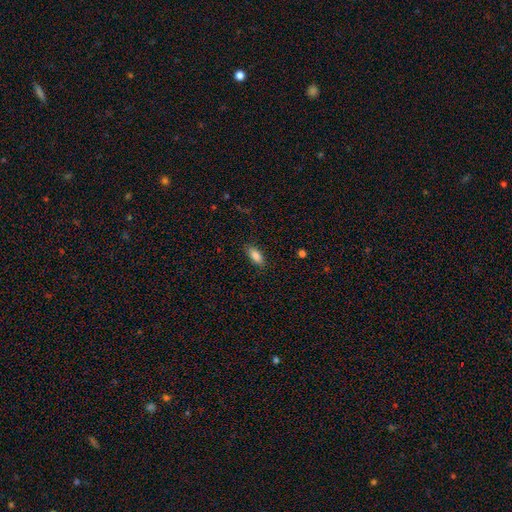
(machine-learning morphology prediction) smooth 86%, star or artifact 8%, featured or disk 6%. Down the decision tree: how rounded — in between (84%); merging — none (85%).